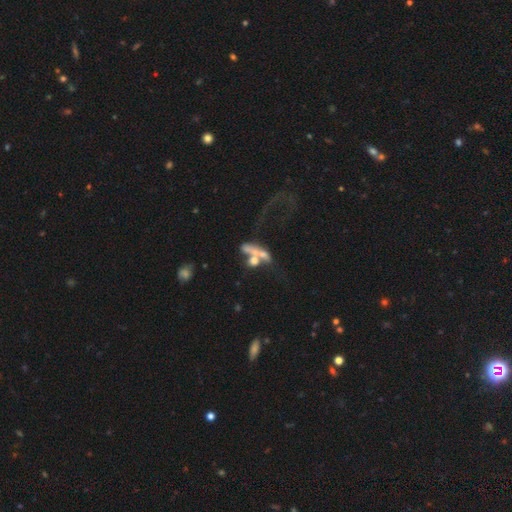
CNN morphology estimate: Overall: smooth (45%; featured or disk 41%). Merging: merger (53%; none 19%).